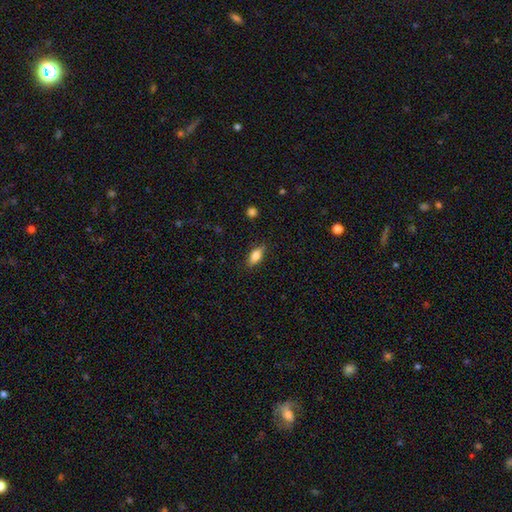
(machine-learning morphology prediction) A smooth galaxy with no disk features (77%) that is in between round and cigar-shaped (82%). Merging: none (84%).